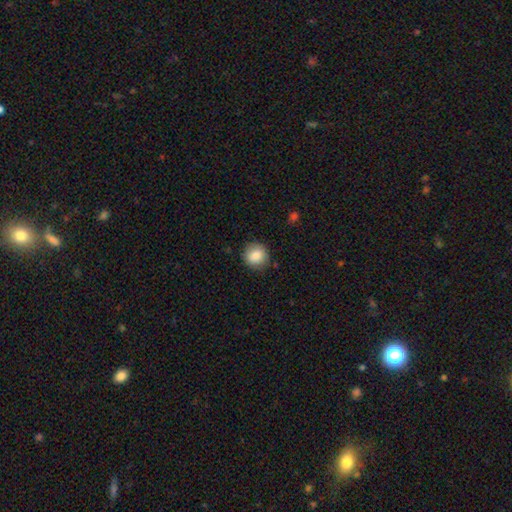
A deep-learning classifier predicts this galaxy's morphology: This appears to be a smooth galaxy with no disk features (86%) that is round (89%). Merging: none (86%).